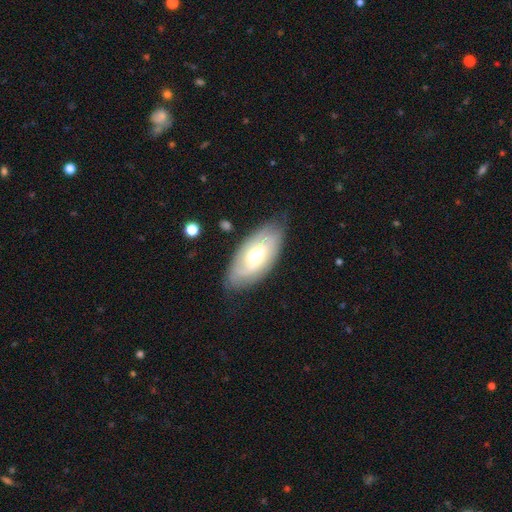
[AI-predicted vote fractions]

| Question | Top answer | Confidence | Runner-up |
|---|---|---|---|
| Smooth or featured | featured or disk | 57% | smooth (37%) |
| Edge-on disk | no | 89% | yes (11%) |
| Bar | weak | 44% | tied: no (44%) |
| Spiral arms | yes | 79% | no (21%) |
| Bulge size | moderate | 64% | small (21%) |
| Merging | none | 74% | minor disturbance (19%) |